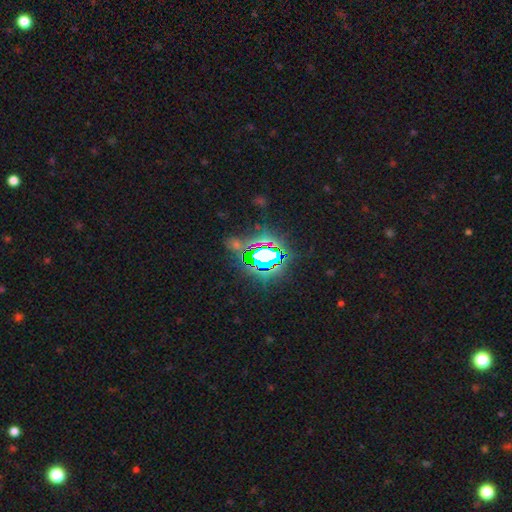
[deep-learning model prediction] The model was most divided on "smooth or featured": star or artifact: 77%, smooth: 14%, featured or disk: 10%.